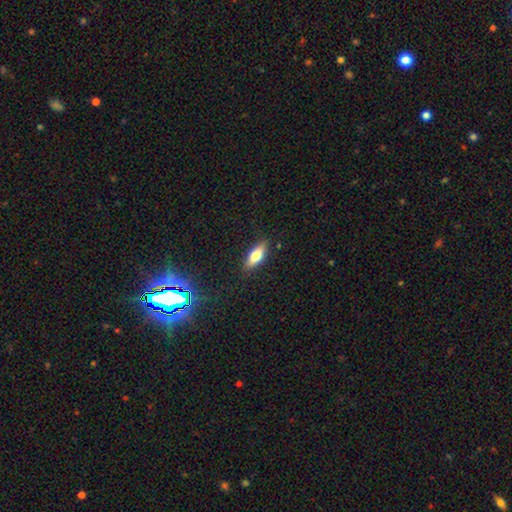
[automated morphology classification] Smooth or featured? smooth (66%)
How rounded? in between (65%)
Merging? none (86%)